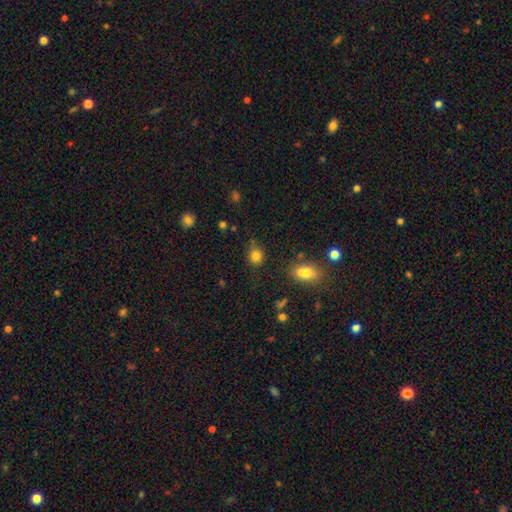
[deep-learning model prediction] smooth_or_featured: smooth (p=0.82) [alt: star or artifact p=0.13]
how_rounded: round (p=0.73) [alt: in between p=0.26]
merging: none (p=0.78) [alt: minor disturbance p=0.14]